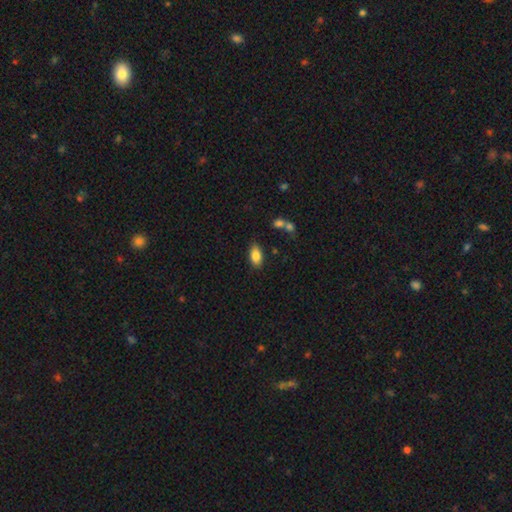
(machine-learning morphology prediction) smooth_or_featured: smooth (p=0.85) [alt: star or artifact p=0.08]
how_rounded: in between (p=0.91) [alt: round p=0.05]
merging: none (p=0.80) [alt: minor disturbance p=0.13]